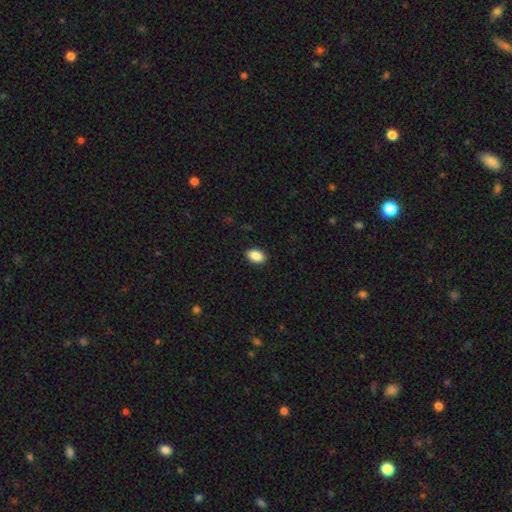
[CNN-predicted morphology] Q: Smooth or featured?
A: smooth (89%); runner-up: star or artifact (7%)
Q: How rounded?
A: in between (90%); runner-up: round (8%)
Q: Merging?
A: none (90%); runner-up: minor disturbance (8%)